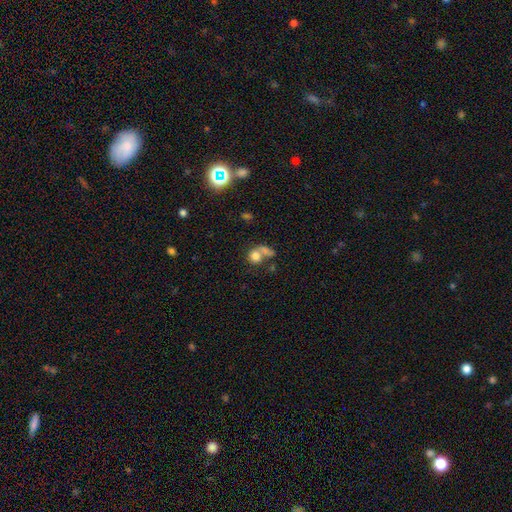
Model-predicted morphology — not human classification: Smooth or featured: smooth — 73% (featured or disk — 14%)
How rounded: round — 72% (in between — 26%)
Merging: merger — 44% (none — 35%)